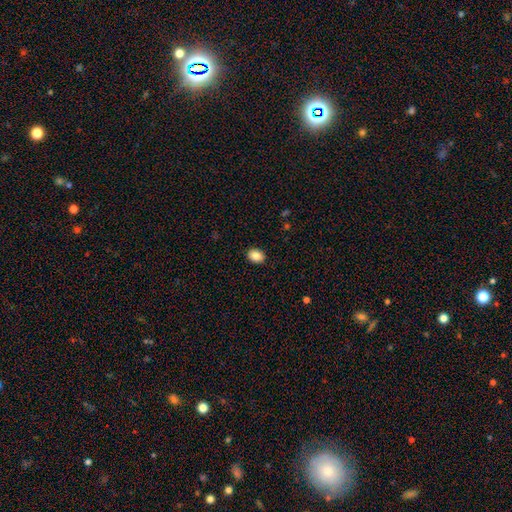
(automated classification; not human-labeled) Smooth or featured? Predicted: smooth (p=0.86). How rounded? Predicted: in between (p=0.66). Merging? Predicted: none (p=0.89).